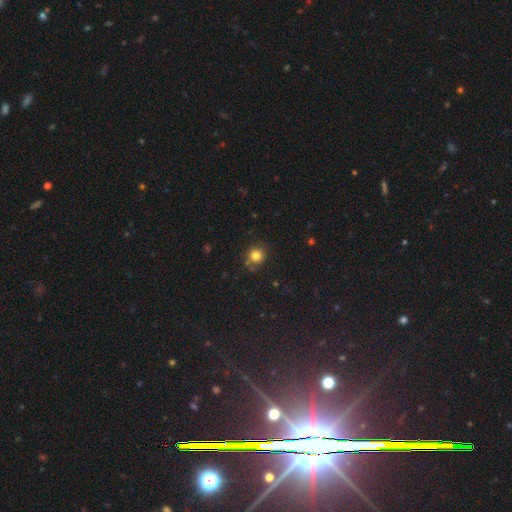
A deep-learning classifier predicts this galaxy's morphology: smooth-or-featured: smooth: 79% | star or artifact: 14% | featured or disk: 7%
  how-rounded: round: 91% | in between: 8% | cigar-shaped: 1%
  merging: none: 79% | minor disturbance: 13% | merger: 4% | major disturbance: 4%